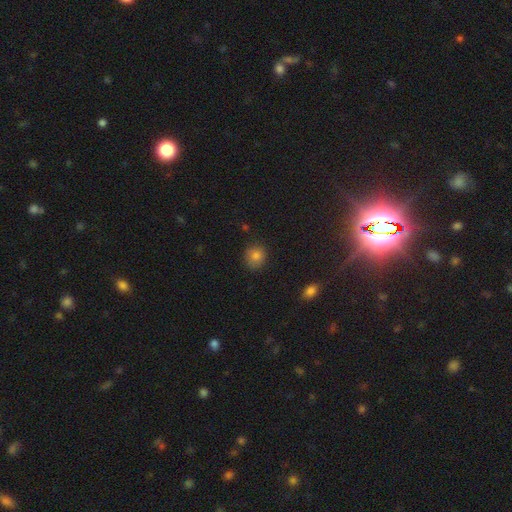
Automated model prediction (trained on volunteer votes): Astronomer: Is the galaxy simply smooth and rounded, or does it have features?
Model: smooth — 82%.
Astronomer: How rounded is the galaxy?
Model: round — 85%.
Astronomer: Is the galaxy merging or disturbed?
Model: none — 84%.